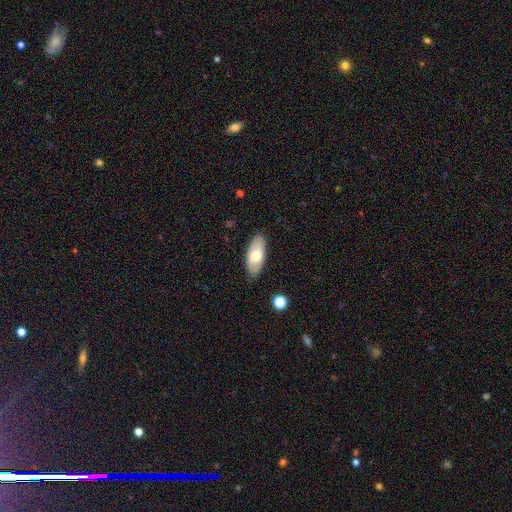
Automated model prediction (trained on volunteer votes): Overall: smooth (68%). How rounded: in between (87%). Merging: none (84%).